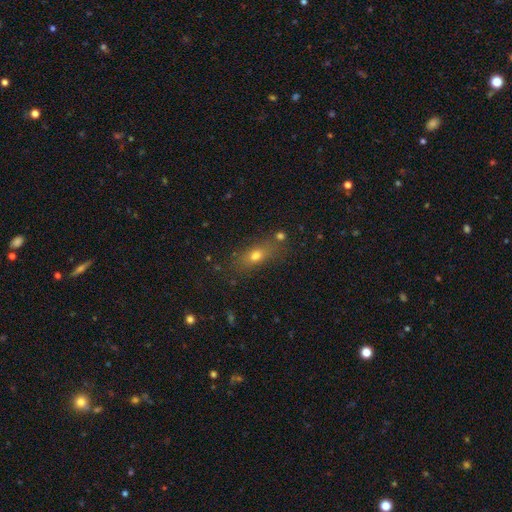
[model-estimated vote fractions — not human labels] smooth 68%, featured or disk 18%, star or artifact 15%. Down the decision tree: how rounded — in between (63%); merging — none (75%).